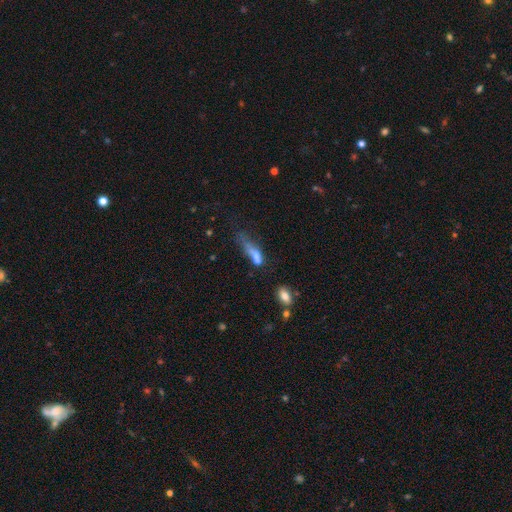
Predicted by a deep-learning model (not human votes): A smooth galaxy with no disk features (56%) that is cigar-shaped (58%). Merging: major disturbance (35%).